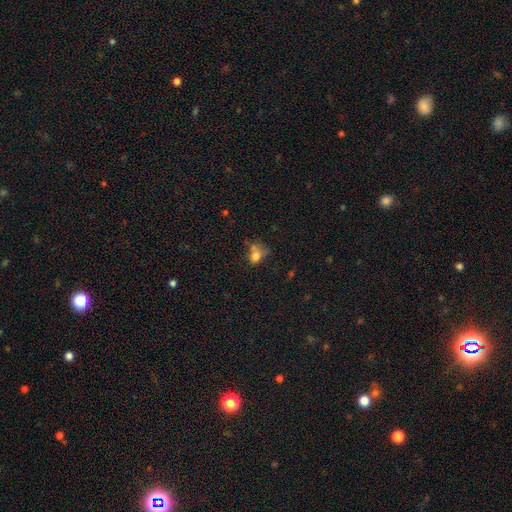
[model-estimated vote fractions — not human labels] Smooth or featured? Predicted: smooth (p=0.72). How rounded? Predicted: in between (p=0.52). Merging? Predicted: none (p=0.34).